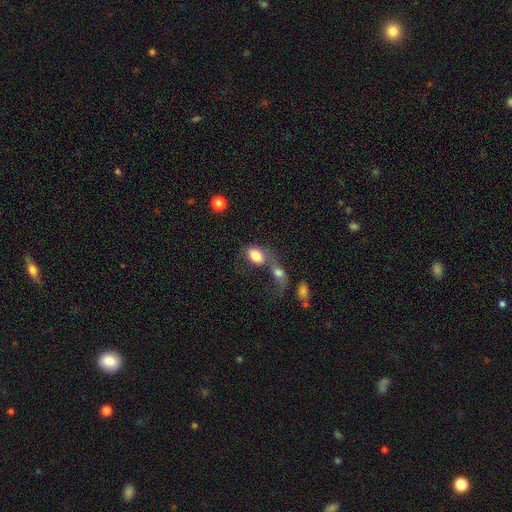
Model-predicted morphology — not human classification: A smooth galaxy with no disk features (81%) that is in between round and cigar-shaped (84%). Merging: merger (59%).